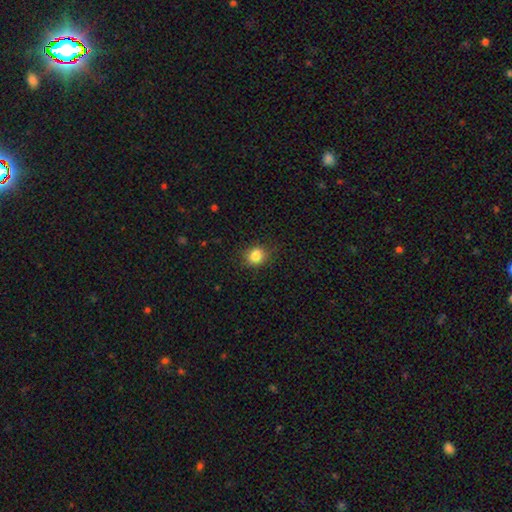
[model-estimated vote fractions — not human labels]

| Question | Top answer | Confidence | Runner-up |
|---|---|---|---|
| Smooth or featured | smooth | 85% | star or artifact (10%) |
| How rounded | round | 75% | in between (24%) |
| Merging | none | 85% | minor disturbance (11%) |